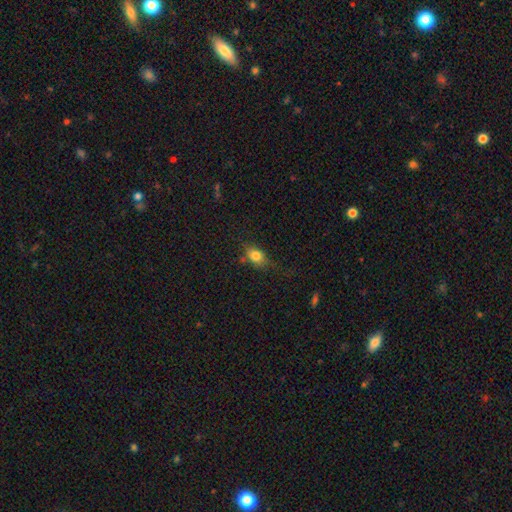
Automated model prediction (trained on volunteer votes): Smooth or featured: smooth — 78% (featured or disk — 12%)
How rounded: in between — 62% (round — 34%)
Merging: none — 60% (minor disturbance — 27%)